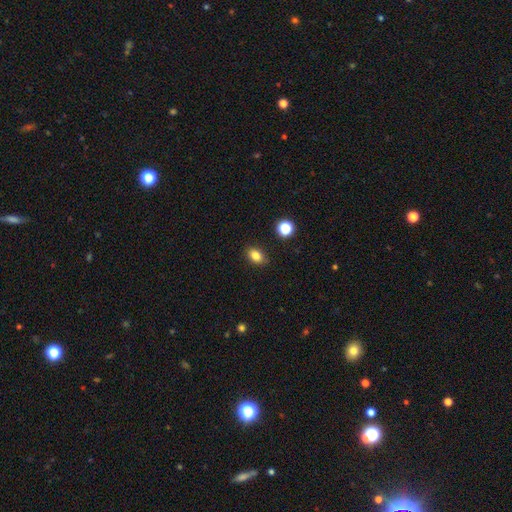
Smooth or featured? smooth (95%)
How rounded? in between (72%)
Merging? none (84%)